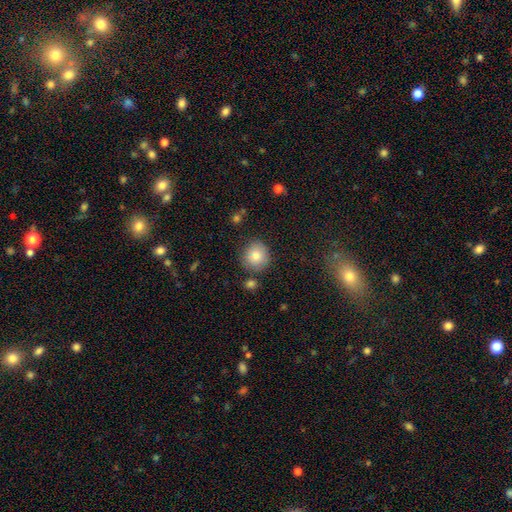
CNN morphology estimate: A smooth galaxy with no disk features (82%) that is round (89%).

Vote fractions:
- Smooth or featured? smooth: 82% / star or artifact: 9% / featured or disk: 9%
- How rounded? round: 89% / in between: 10% / cigar-shaped: 1%
- Merging? none: 80% / minor disturbance: 11% / merger: 6% / major disturbance: 3%